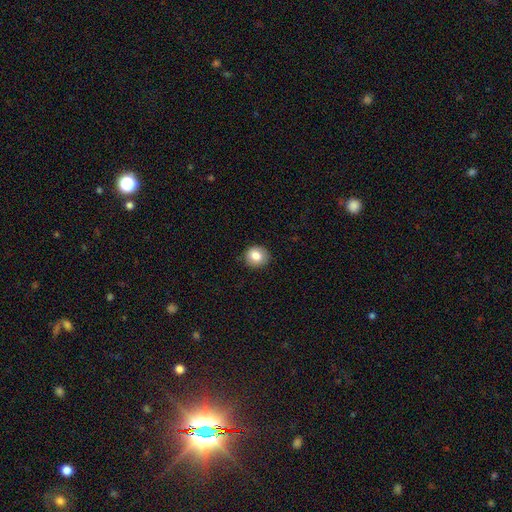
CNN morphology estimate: This is clearly a smooth galaxy (83%). How rounded: clearly round (85%). Merging: clearly none (89%).